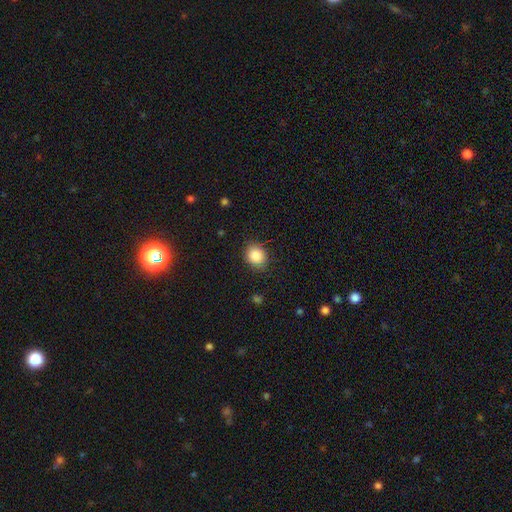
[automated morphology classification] Smooth or featured: smooth — 87% (star or artifact — 9%)
How rounded: round — 64% (in between — 35%)
Merging: none — 83% (minor disturbance — 12%)